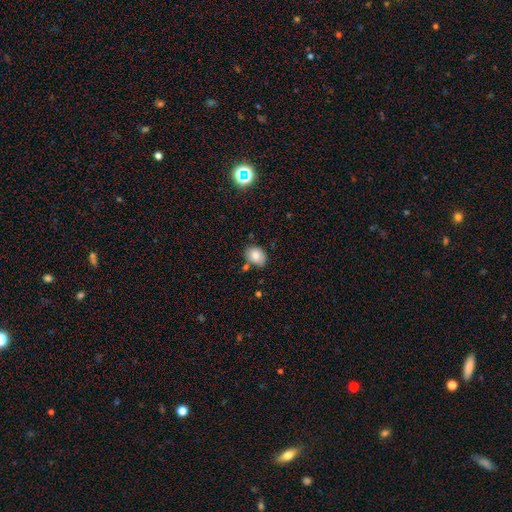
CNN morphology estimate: A smooth galaxy with no disk features (79%) that is in between round and cigar-shaped (62%).

Vote fractions:
- Smooth or featured? smooth: 79% / featured or disk: 12% / star or artifact: 9%
- How rounded? in between: 62% / round: 37% / cigar-shaped: 1%
- Merging? none: 69% / minor disturbance: 19% / merger: 8% / major disturbance: 4%